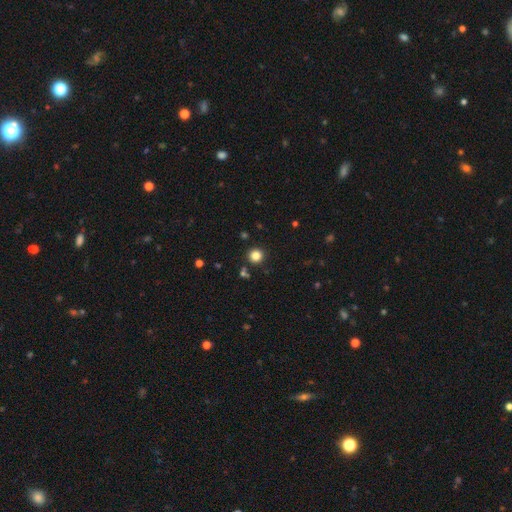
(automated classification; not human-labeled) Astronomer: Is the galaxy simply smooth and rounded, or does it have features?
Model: smooth — 82%.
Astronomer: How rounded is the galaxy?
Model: round — 94%.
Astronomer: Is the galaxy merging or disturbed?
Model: none — 90%.